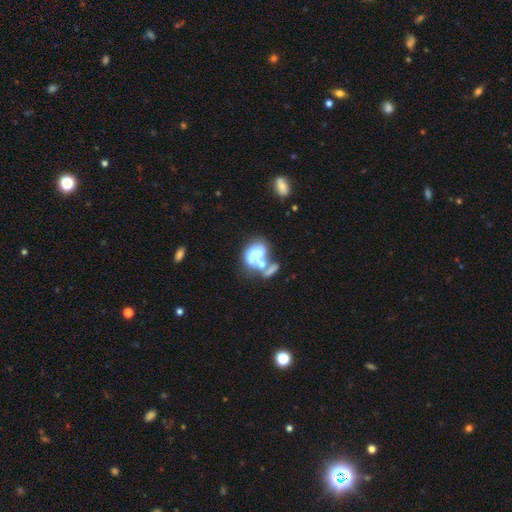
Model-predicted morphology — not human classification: The model was most divided on "smooth or featured": featured or disk: 54%, smooth: 36%, star or artifact: 10%. More confident: edge-on disk — no (97%); bar — no (84%); spiral arms — no (77%); bulge size — none (54%); merging — merger (51%).